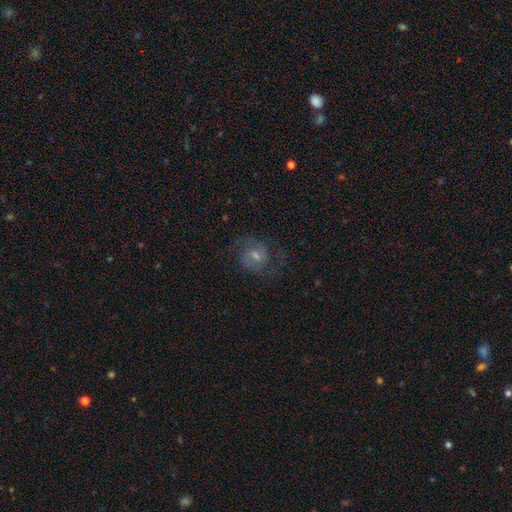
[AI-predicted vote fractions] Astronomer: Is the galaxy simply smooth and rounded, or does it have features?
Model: featured or disk — 70%.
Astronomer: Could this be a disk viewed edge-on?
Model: no — 97%.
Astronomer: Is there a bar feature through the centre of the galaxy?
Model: weak — 50% (runner-up: no, 39%).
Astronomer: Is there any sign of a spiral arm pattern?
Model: yes — 92%.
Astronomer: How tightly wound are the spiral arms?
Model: medium — 54%.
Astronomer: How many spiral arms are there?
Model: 2 — 83%.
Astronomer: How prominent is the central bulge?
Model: moderate — 45% (runner-up: small, 43%).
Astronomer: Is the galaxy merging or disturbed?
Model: none — 73%.